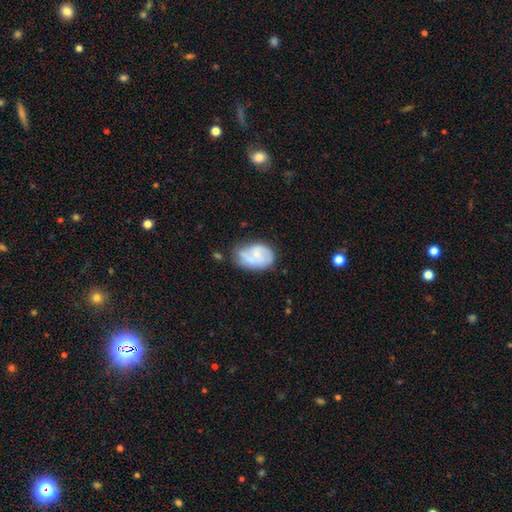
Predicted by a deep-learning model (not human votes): Morphology: type=featured or disk (55%); edge-on=no (97%); bar=no (66%); spiral arms=yes (73%); bulge=small (57%); merging=none (50%).